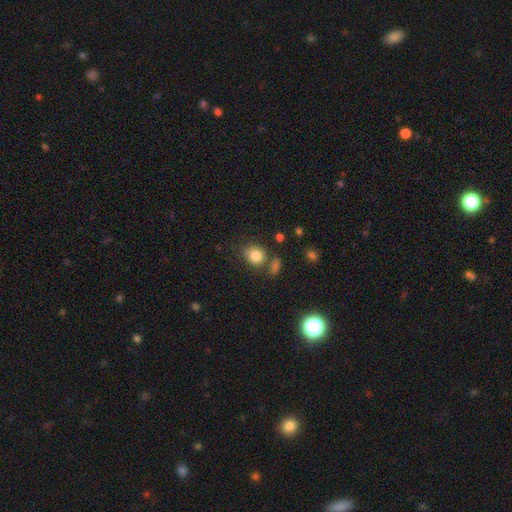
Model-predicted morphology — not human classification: Overall: smooth (83%). How rounded: round (68%; in between 31%). Merging: none (68%).